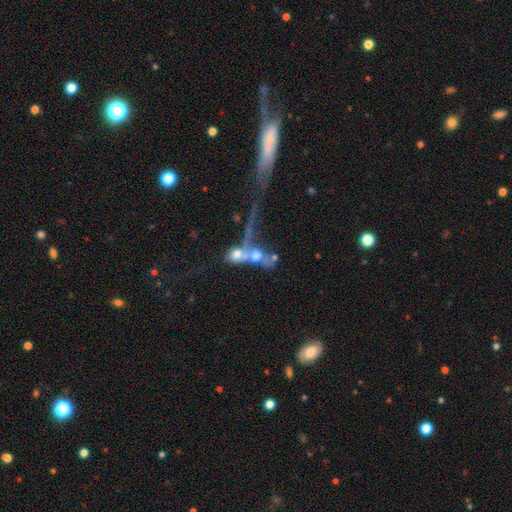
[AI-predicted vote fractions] Q: Smooth or featured?
A: smooth (46%); runner-up: featured or disk (38%)
Q: Merging?
A: merger (66%); runner-up: major disturbance (17%)